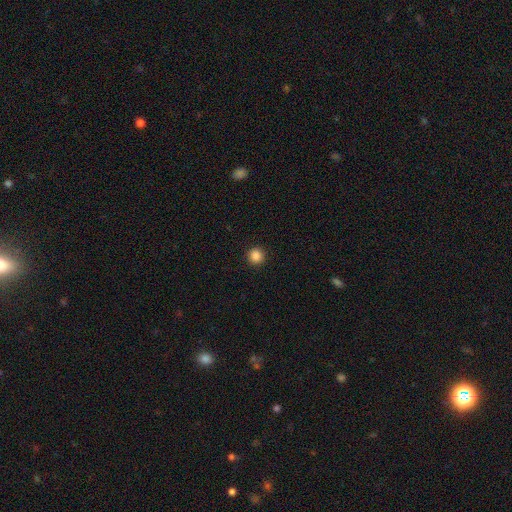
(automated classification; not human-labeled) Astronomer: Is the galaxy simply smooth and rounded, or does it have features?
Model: smooth — 86%.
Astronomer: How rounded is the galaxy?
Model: round — 96%.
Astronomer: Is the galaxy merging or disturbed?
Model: none — 93%.